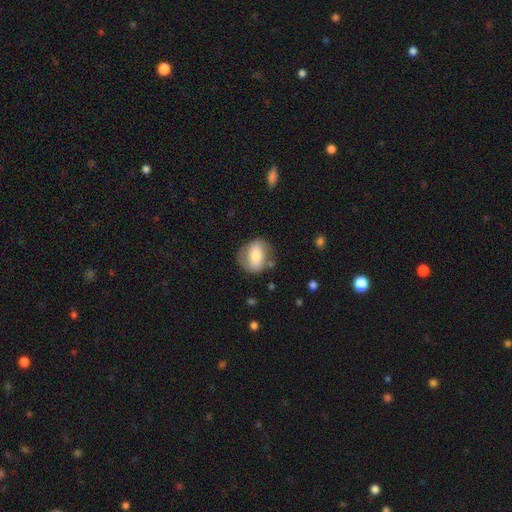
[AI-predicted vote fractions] Smooth or featured?
  - smooth: 58% *
  - featured or disk: 35%
  - star or artifact: 7%
How rounded?
  - in between: 53% *
  - round: 46%
  - cigar-shaped: 2%
Merging?
  - none: 66% *
  - minor disturbance: 21%
  - major disturbance: 10%
  - merger: 4%